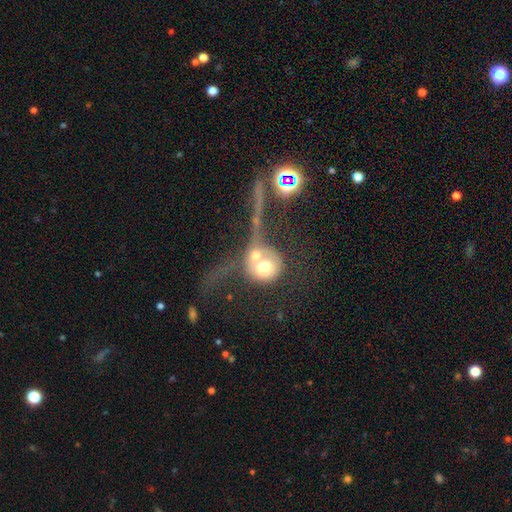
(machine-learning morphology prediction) Overall: smooth (55%; featured or disk 34%). How rounded: round (83%). Merging: merger (59%).